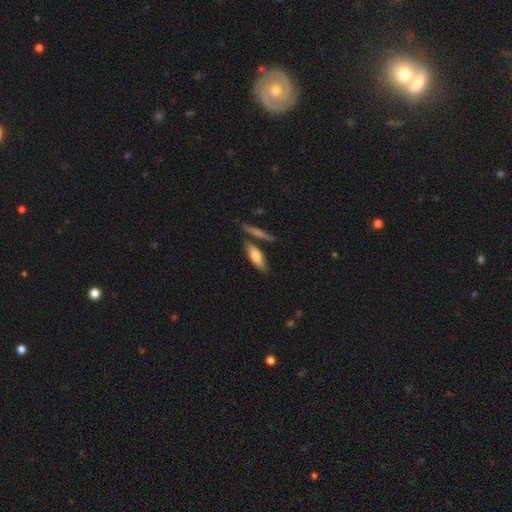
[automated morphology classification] A smooth galaxy with no disk features (67%) that is in between round and cigar-shaped (49%). Merging: none (71%).